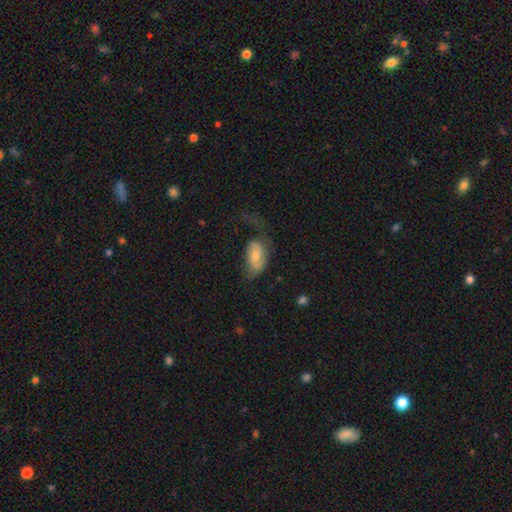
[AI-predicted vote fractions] smooth_or_featured: smooth (p=0.47) [alt: featured or disk p=0.46]
merging: major disturbance (p=0.43) [alt: none p=0.30]